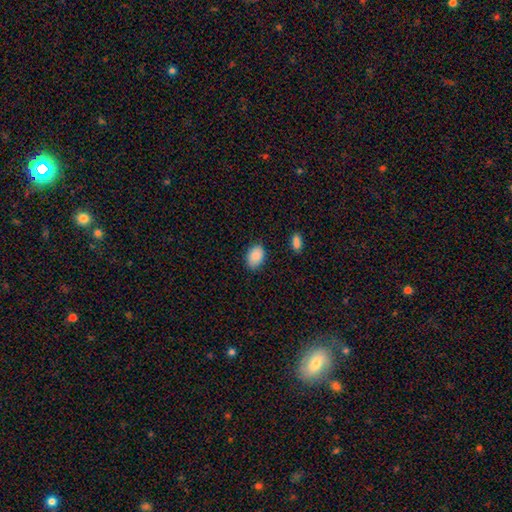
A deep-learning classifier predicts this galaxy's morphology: Smooth or featured? Predicted: smooth (p=0.88). How rounded? Predicted: in between (p=0.83). Merging? Predicted: none (p=0.82).